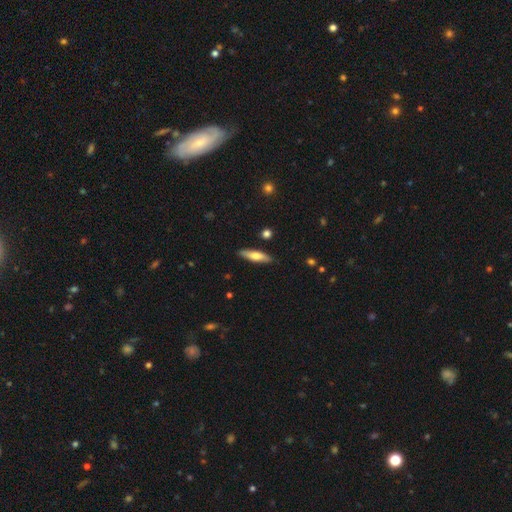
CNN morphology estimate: A smooth galaxy with no disk features (60%) that is cigar-shaped (69%).

Vote fractions:
- Smooth or featured? smooth: 60% / featured or disk: 34% / star or artifact: 6%
- How rounded? cigar-shaped: 69% / in between: 29% / round: 2%
- Merging? none: 87% / minor disturbance: 10% / major disturbance: 2% / merger: 2%